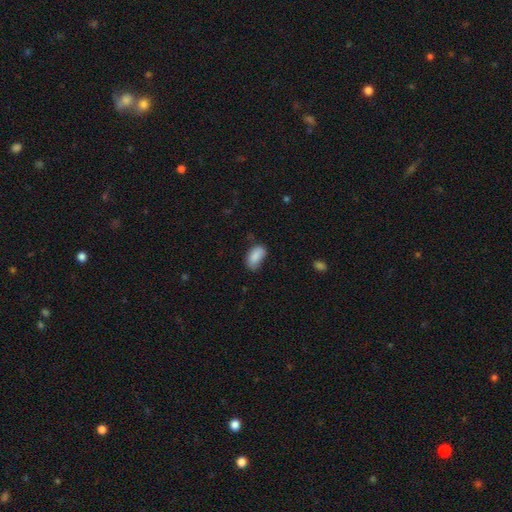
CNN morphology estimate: Overall: smooth (86%). How rounded: in between (92%). Merging: none (59%; minor disturbance 31%).